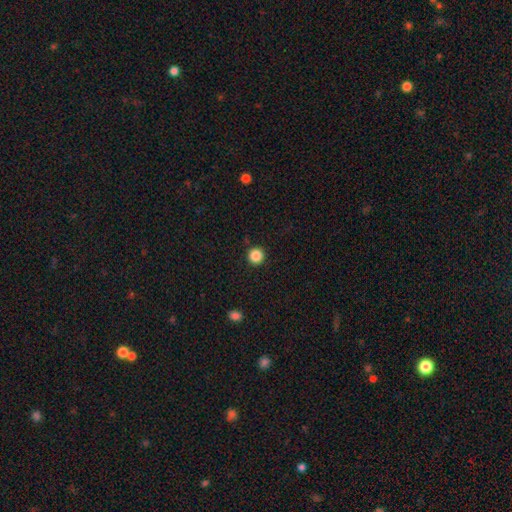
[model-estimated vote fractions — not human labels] Smooth or featured: smooth — 86% (star or artifact — 10%)
How rounded: round — 96% (in between — 3%)
Merging: none — 92% (minor disturbance — 5%)